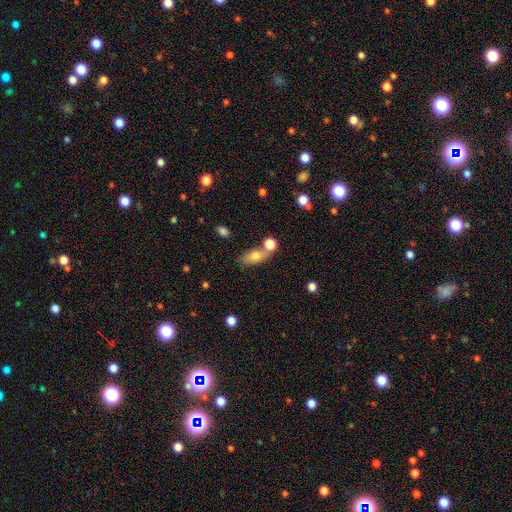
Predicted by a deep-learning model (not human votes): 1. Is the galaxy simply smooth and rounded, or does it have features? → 72% smooth, 19% featured or disk, 9% star or artifact.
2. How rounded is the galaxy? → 76% in between, 15% cigar-shaped, 9% round.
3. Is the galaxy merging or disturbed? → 55% none, 26% merger, 14% minor disturbance, 5% major disturbance.